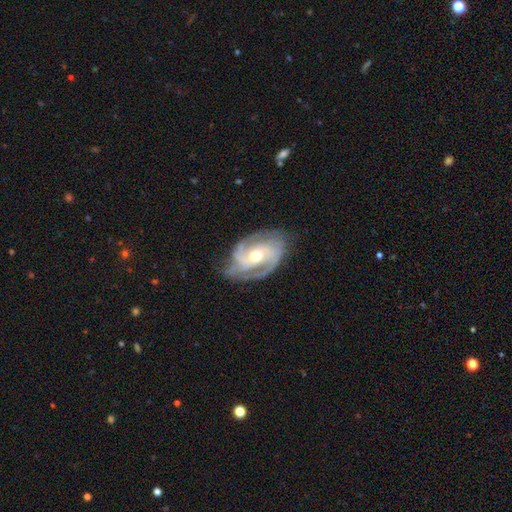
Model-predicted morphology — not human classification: Smooth or featured: featured or disk — 91% (smooth — 5%)
Edge-on disk: no — 97% (yes — 3%)
Bar: no — 50% (weak — 35%)
Spiral arms: yes — 98% (no — 2%)
Spiral winding: tight — 47% (medium — 44%)
Spiral arm count: 2 — 40% (3 — 36%)
Bulge size: moderate — 64% (small — 31%)
Merging: none — 71% (minor disturbance — 20%)